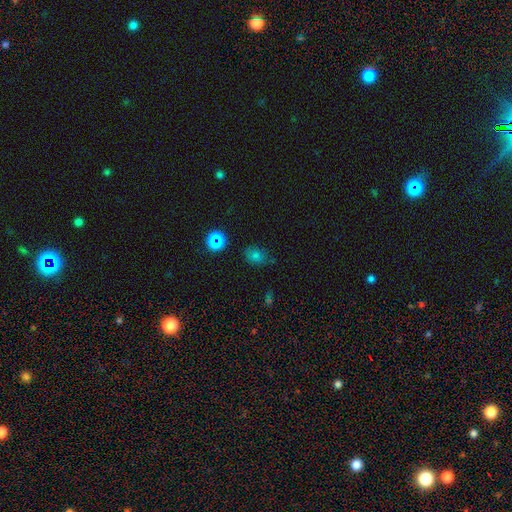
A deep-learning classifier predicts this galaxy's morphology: type=smooth (68%); roundness=in between (55%); merging=none (73%).